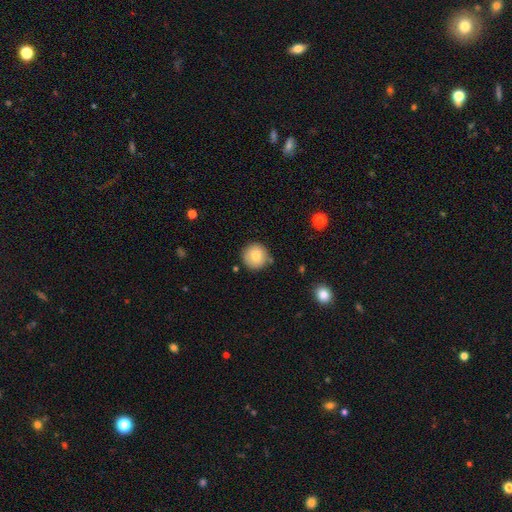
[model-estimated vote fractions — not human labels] A smooth galaxy with no disk features (78%) that is round (95%).

Vote fractions:
- Smooth or featured? smooth: 78% / featured or disk: 13% / star or artifact: 8%
- How rounded? round: 95% / in between: 4% / cigar-shaped: 1%
- Merging? none: 84% / minor disturbance: 10% / merger: 3% / major disturbance: 2%